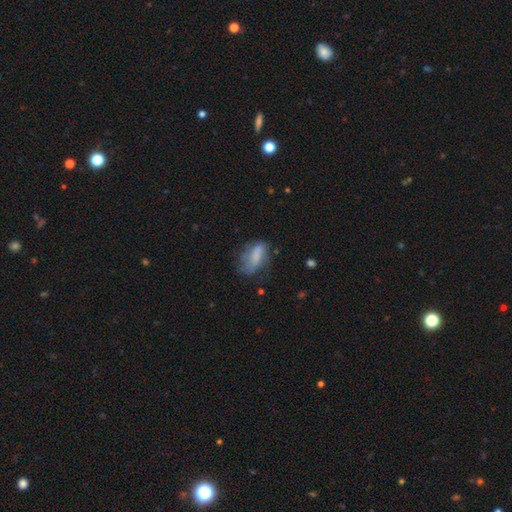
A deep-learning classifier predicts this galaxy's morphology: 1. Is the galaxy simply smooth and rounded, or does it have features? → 71% smooth, 19% featured or disk, 9% star or artifact.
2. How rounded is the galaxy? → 84% in between, 12% cigar-shaped, 4% round.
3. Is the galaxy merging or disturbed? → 43% none, 34% minor disturbance, 21% major disturbance, 3% merger.